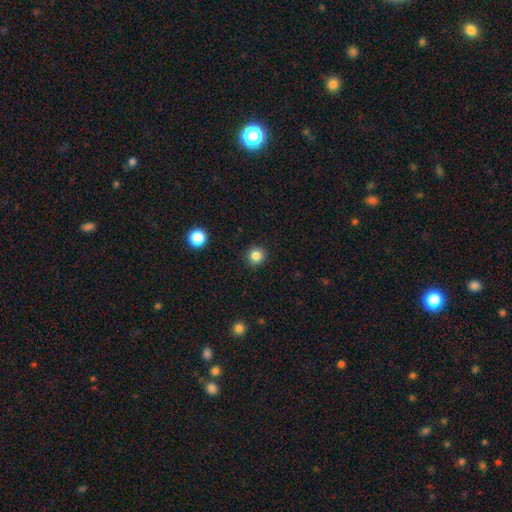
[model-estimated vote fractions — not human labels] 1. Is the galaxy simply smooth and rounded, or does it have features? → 84% smooth, 12% star or artifact, 5% featured or disk.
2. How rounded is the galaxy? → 93% round, 6% in between, 1% cigar-shaped.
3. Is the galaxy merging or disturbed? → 92% none, 5% minor disturbance, 2% major disturbance, 1% merger.